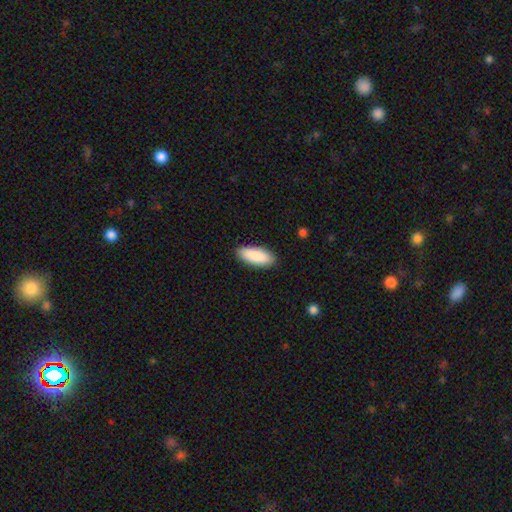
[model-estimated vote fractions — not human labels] Smooth or featured: smooth — 90% (star or artifact — 5%)
How rounded: in between — 76% (cigar-shaped — 22%)
Merging: none — 90% (minor disturbance — 8%)